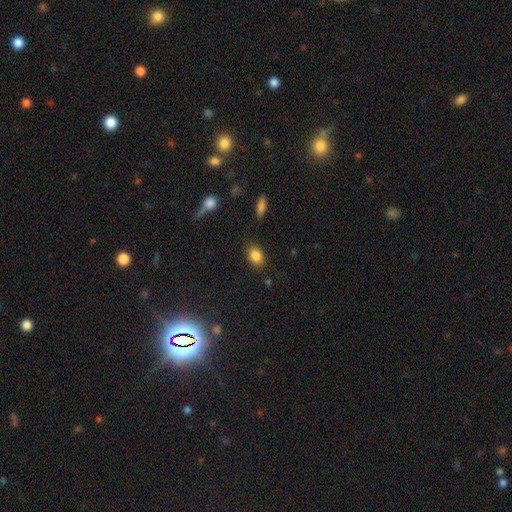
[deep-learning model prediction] Smooth or featured? smooth (86%)
How rounded? in between (76%)
Merging? none (85%)